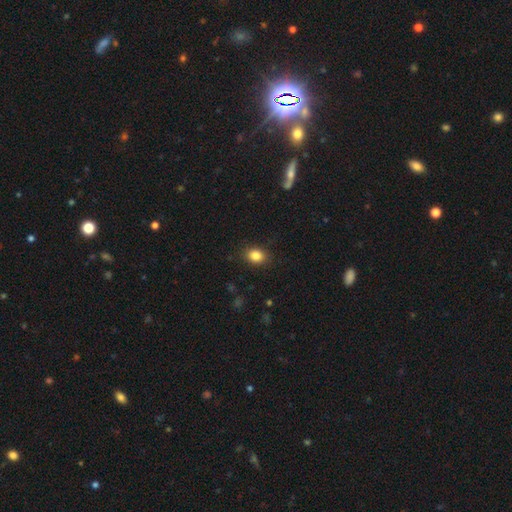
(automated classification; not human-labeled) Morphology: type=smooth (85%); roundness=in between (58%); merging=none (87%).